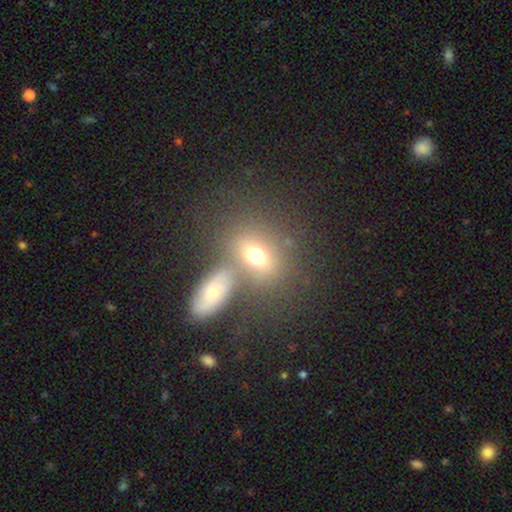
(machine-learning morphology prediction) This is likely a smooth galaxy (68%). How rounded: possibly in between (58%). Merging: possibly none (49%).